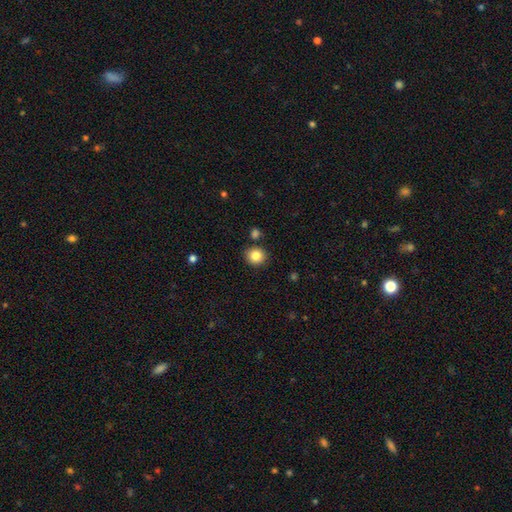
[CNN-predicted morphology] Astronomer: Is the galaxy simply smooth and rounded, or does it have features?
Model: smooth — 84%.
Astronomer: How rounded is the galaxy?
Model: round — 89%.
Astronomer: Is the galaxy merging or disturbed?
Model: none — 86%.